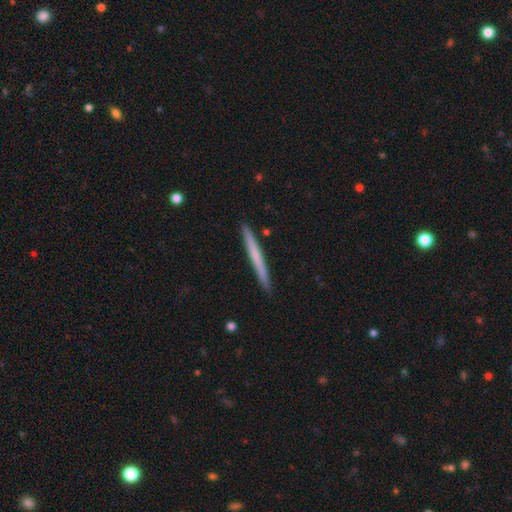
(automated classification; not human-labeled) smooth-or-featured: smooth: 55% | featured or disk: 40% | star or artifact: 5%
  how-rounded: cigar-shaped: 97% | in between: 2% | round: 1%
  merging: none: 92% | minor disturbance: 6% | major disturbance: 1% | merger: 1%